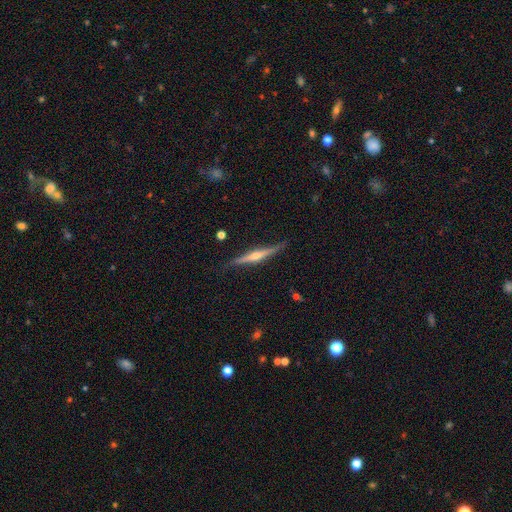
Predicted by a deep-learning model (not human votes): This appears to be a featured or disk galaxy (80%) viewed edge-on (97%) with a rounded central bulge (85%). Merging: none (85%).